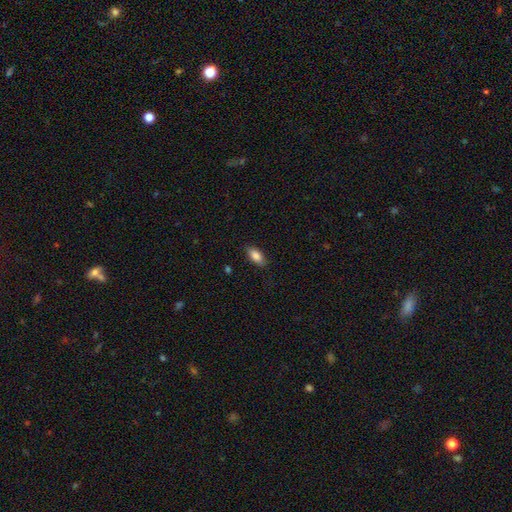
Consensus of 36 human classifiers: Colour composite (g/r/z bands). It shows a smooth galaxy with no disk features (97%) that is in between round and cigar-shaped (91%). Merging: none (94%).